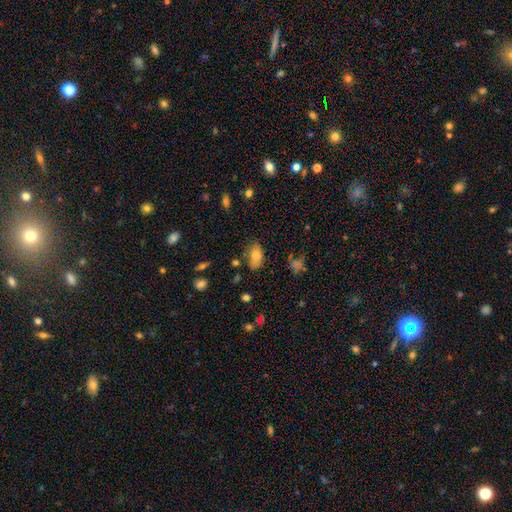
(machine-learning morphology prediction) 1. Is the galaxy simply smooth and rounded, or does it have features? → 73% smooth, 15% featured or disk, 12% star or artifact.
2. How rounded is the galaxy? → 90% in between, 6% round, 3% cigar-shaped.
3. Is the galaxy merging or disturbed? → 72% none, 20% minor disturbance, 5% major disturbance, 4% merger.